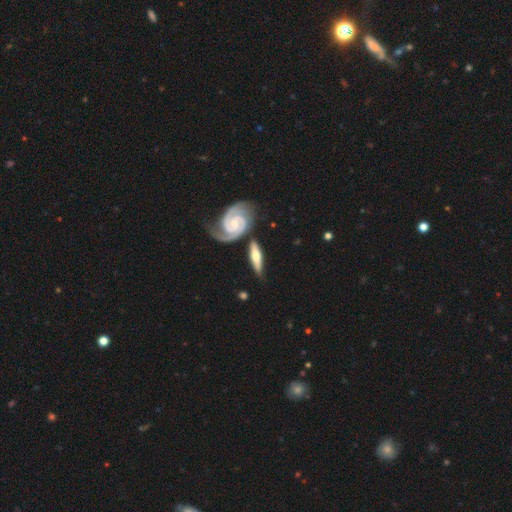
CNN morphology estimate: The model was most divided on "edge-on disk": no: 52%, yes: 48%. More confident: smooth or featured — featured or disk (70%); merging — none (66%).